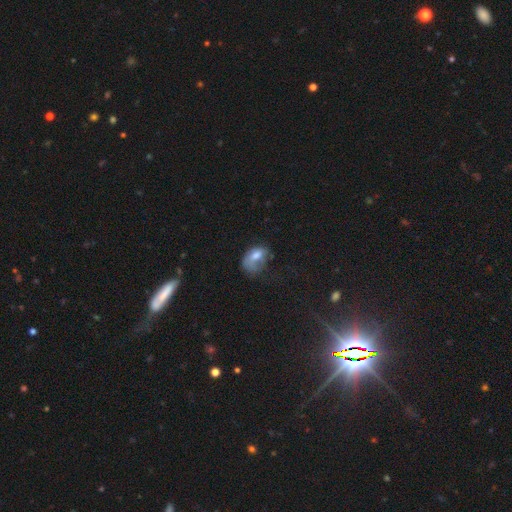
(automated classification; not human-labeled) The model was most divided on "merging": major disturbance: 35%, minor disturbance: 30%, none: 30%, merger: 4%. More confident: how rounded — in between (81%); smooth or featured — smooth (63%).